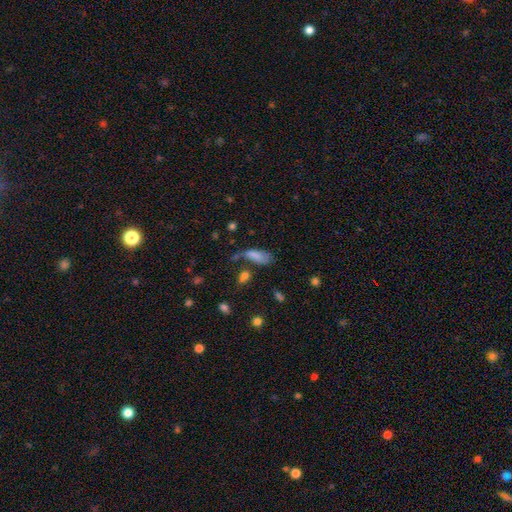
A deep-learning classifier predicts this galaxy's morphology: Smooth or featured? smooth (76%)
How rounded? in between (84%)
Merging? none (38%)